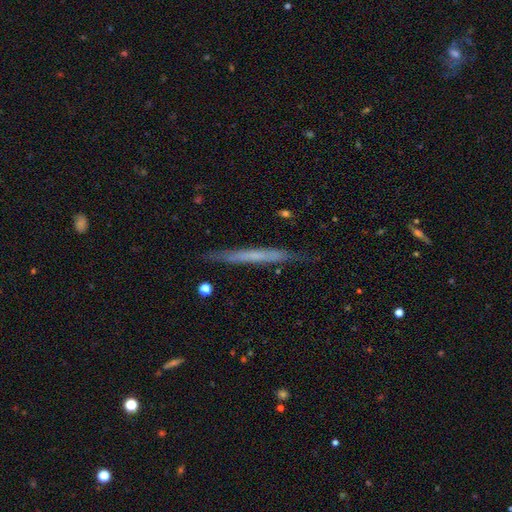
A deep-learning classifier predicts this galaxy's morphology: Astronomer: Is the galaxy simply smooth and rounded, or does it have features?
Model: featured or disk — 50% (runner-up: smooth, 43%).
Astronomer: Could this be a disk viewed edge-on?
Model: yes — 95%.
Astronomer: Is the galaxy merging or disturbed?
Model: none — 86%.